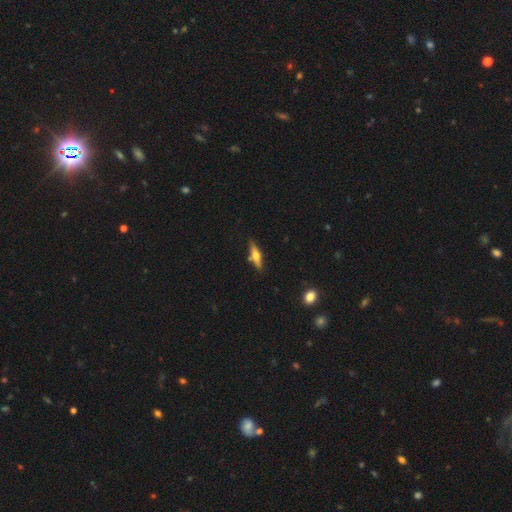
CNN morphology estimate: Smooth or featured? featured or disk (56%)
Edge-on disk? yes (94%)
Edge-on bulge? rounded (92%)
Merging? none (81%)